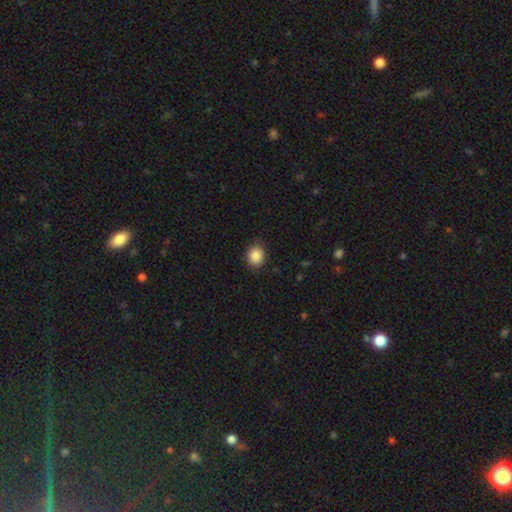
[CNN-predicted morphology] smooth_or_featured: smooth (p=0.87) [alt: star or artifact p=0.09]
how_rounded: round (p=0.64) [alt: in between p=0.35]
merging: none (p=0.86) [alt: minor disturbance p=0.10]